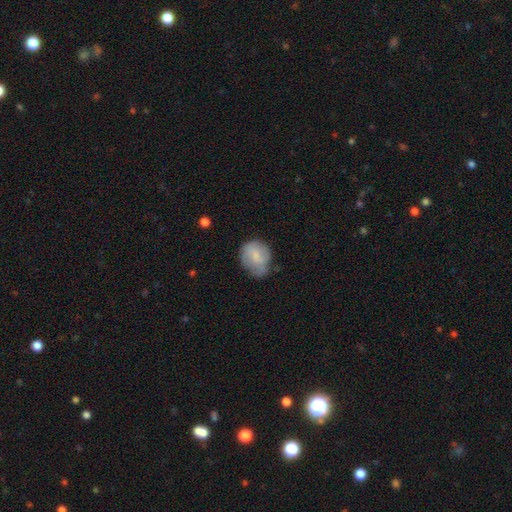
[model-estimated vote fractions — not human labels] The model was most divided on "merging": none: 48%, minor disturbance: 36%, major disturbance: 13%, merger: 3%. More confident: smooth or featured — smooth (71%); how rounded — round (61%).